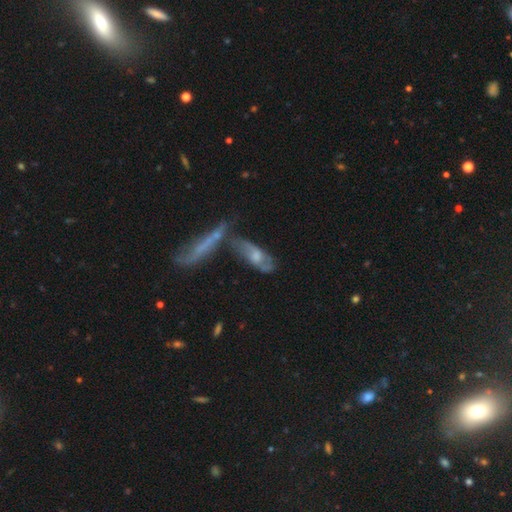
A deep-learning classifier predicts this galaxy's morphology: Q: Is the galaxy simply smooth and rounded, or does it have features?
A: featured or disk — 52%.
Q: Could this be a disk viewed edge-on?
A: no — 70%.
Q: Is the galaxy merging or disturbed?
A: none — 39%.